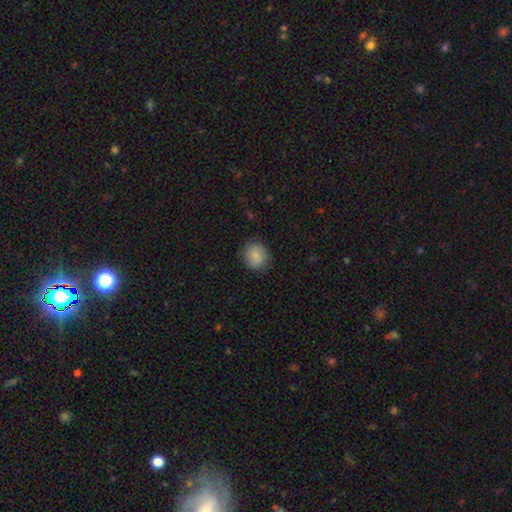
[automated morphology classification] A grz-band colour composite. It shows a smooth galaxy with no disk features (85%) that is round (80%). Merging: none (84%).